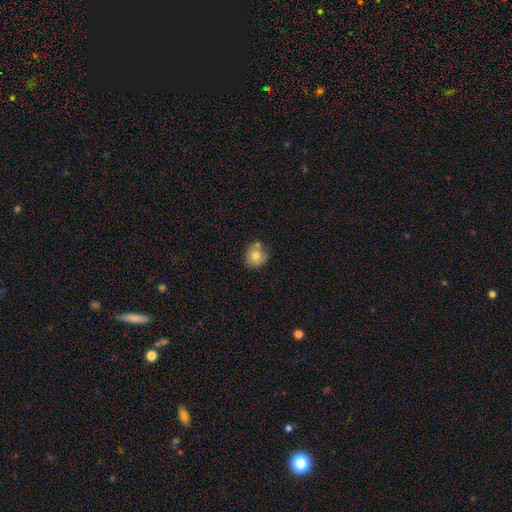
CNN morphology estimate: A smooth galaxy with no disk features (72%) that is round (84%). Merging: none (68%).